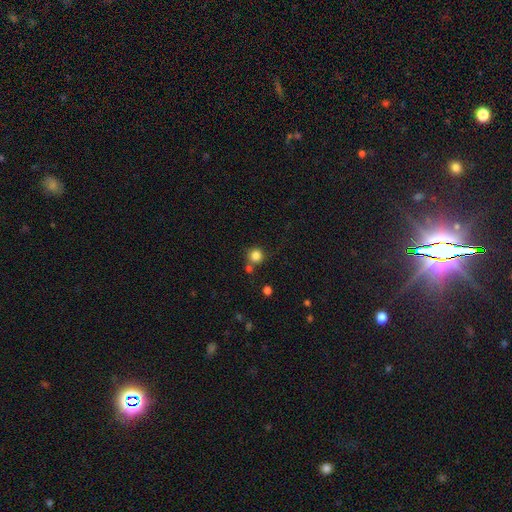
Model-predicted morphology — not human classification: This is clearly a smooth galaxy (83%). How rounded: clearly round (92%). Merging: likely none (71%).